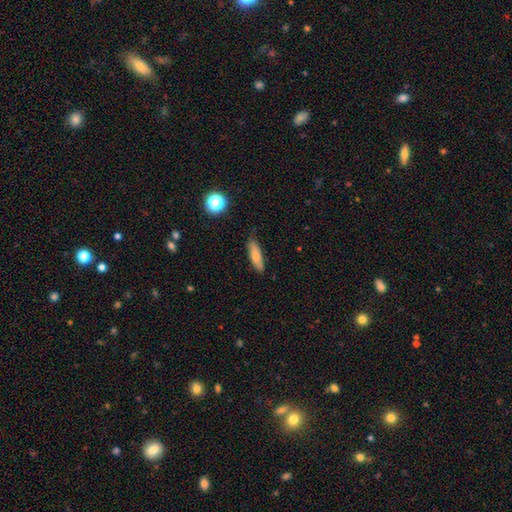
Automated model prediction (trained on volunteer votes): This appears to be a smooth galaxy with no disk features (76%) that is cigar-shaped (61%). Merging: none (80%).